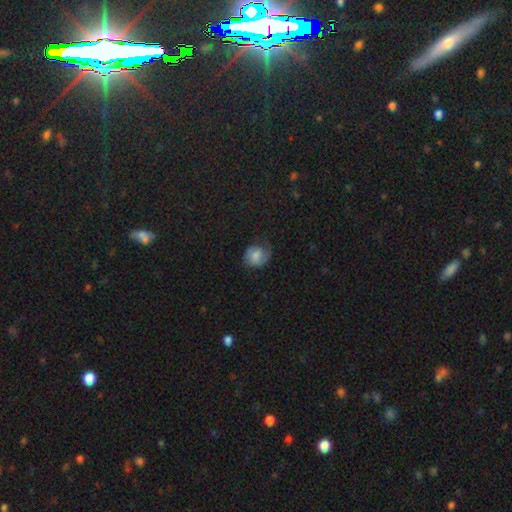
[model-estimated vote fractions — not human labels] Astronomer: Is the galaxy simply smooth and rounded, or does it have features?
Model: smooth — 68%.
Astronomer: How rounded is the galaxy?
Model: round — 66%.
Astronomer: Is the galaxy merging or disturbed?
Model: none — 58%.